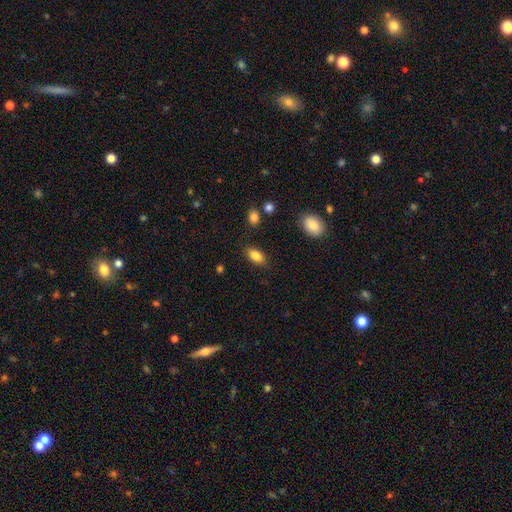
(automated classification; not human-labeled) smooth-or-featured: smooth: 85% | star or artifact: 8% | featured or disk: 6%
  how-rounded: in between: 90% | round: 6% | cigar-shaped: 4%
  merging: none: 85% | minor disturbance: 10% | major disturbance: 3% | merger: 2%